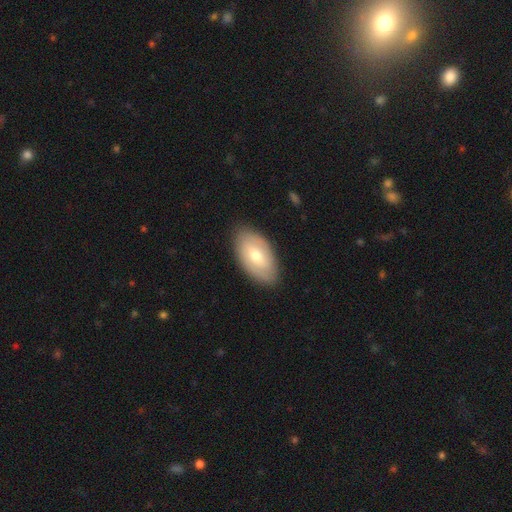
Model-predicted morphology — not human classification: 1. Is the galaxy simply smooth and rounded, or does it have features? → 54% smooth, 40% featured or disk, 6% star or artifact.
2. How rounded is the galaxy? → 94% in between, 4% round, 2% cigar-shaped.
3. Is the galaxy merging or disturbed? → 85% none, 12% minor disturbance, 3% major disturbance, 1% merger.